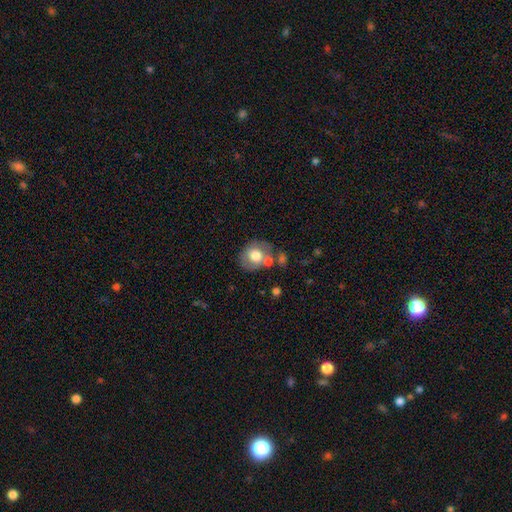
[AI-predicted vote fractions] smooth-or-featured: smooth: 65% | featured or disk: 27% | star or artifact: 8%
  how-rounded: round: 62% | in between: 37% | cigar-shaped: 1%
  merging: none: 58% | merger: 19% | minor disturbance: 17% | major disturbance: 6%